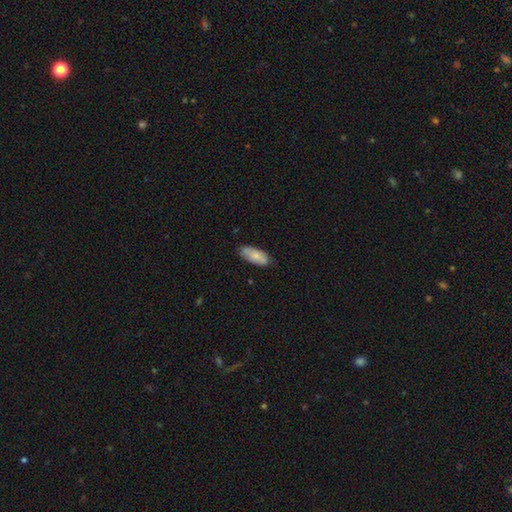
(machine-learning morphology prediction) The model was most divided on "merging": none: 76%, minor disturbance: 19%, major disturbance: 3%, merger: 1%. More confident: how rounded — in between (85%); smooth or featured — smooth (81%).